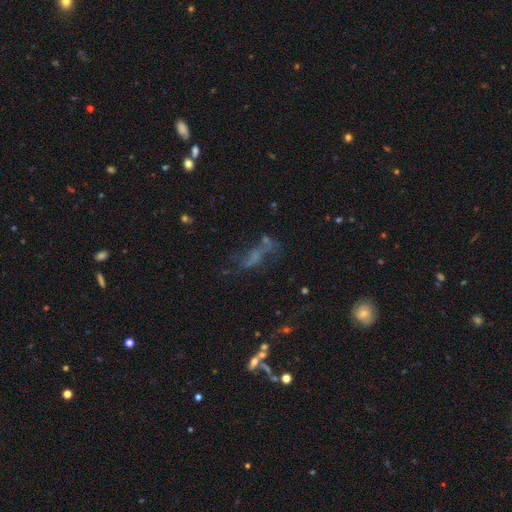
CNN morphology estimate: Smooth or featured: featured or disk — 39% (smooth — 31%)
Merging: none — 41% (major disturbance — 29%)